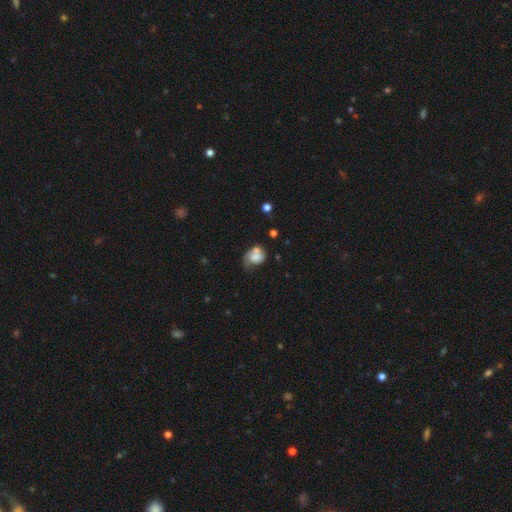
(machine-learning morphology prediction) smooth-or-featured: smooth: 61% | featured or disk: 29% | star or artifact: 10%
  how-rounded: in between: 58% | round: 40% | cigar-shaped: 1%
  merging: none: 28% | minor disturbance: 27% | merger: 25% | major disturbance: 20%